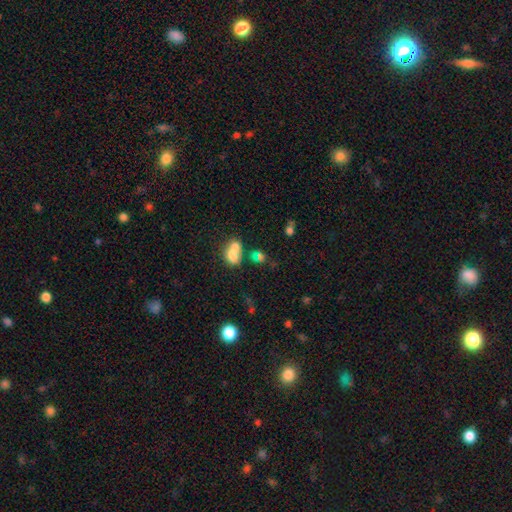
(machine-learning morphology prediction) Smooth or featured? smooth (65%)
How rounded? in between (52%)
Merging? merger (60%)